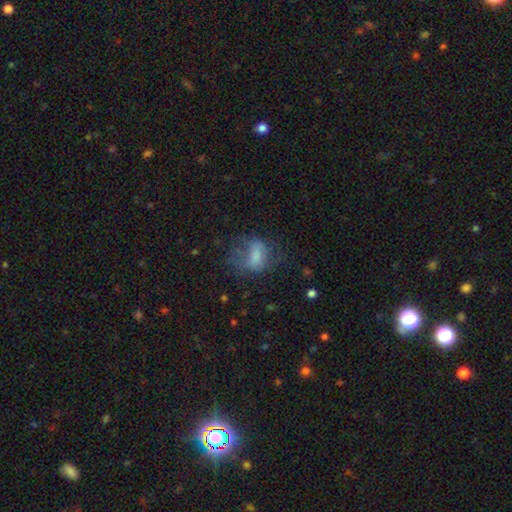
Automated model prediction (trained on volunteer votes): A smooth galaxy with no disk features (62%) that is in between round and cigar-shaped (69%). Merging: none (40%).